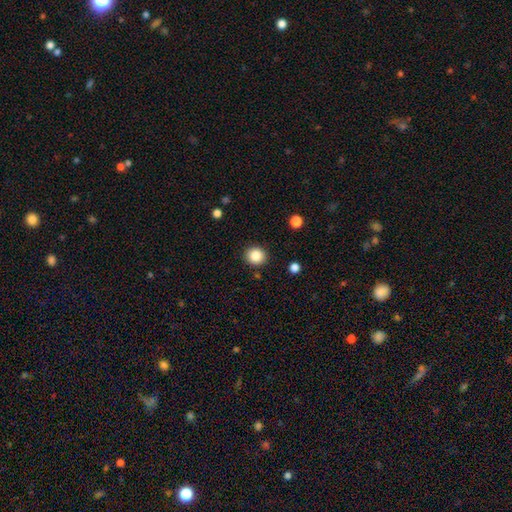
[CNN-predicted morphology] smooth-or-featured: smooth: 85% | star or artifact: 10% | featured or disk: 5%
  how-rounded: round: 85% | in between: 14% | cigar-shaped: 1%
  merging: none: 90% | minor disturbance: 6% | major disturbance: 2% | merger: 2%